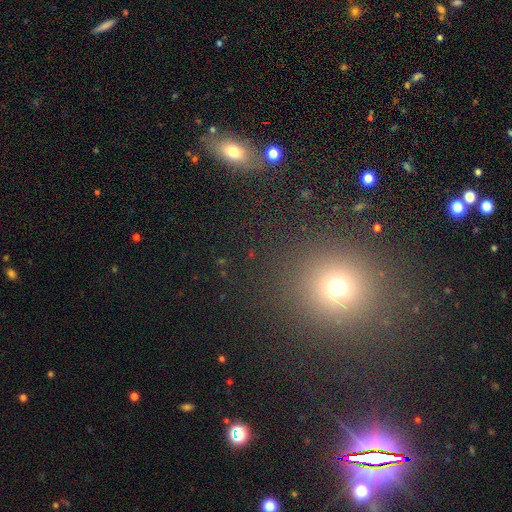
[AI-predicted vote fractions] This appears to be a smooth galaxy with no disk features (46%). Merging: none (87%).